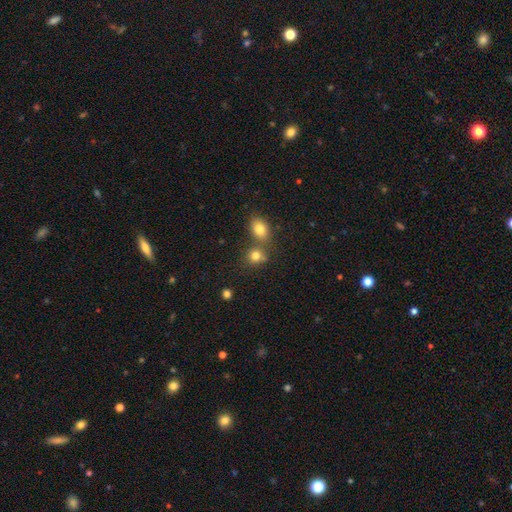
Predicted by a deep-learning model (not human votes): Morphology: type=smooth (80%); roundness=round (68%); merging=none (53%).